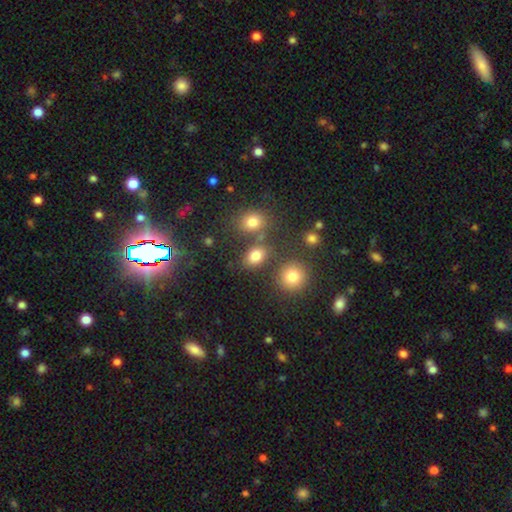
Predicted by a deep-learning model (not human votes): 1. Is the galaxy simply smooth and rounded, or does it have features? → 78% smooth, 15% star or artifact, 7% featured or disk.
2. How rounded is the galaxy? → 66% in between, 32% round, 2% cigar-shaped.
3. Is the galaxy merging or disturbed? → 71% none, 13% merger, 11% minor disturbance, 5% major disturbance.